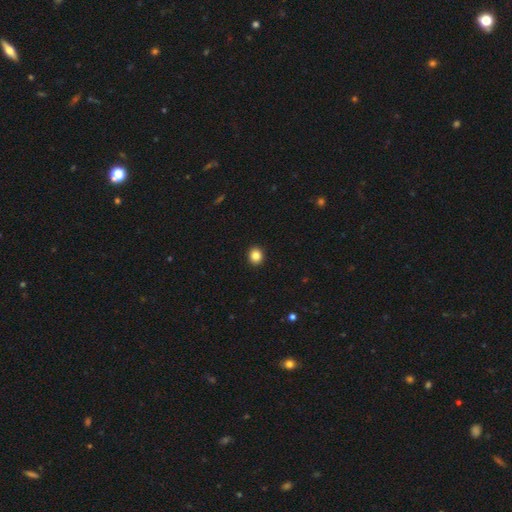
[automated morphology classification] A smooth galaxy with no disk features (86%) that is round (72%). Merging: none (93%).